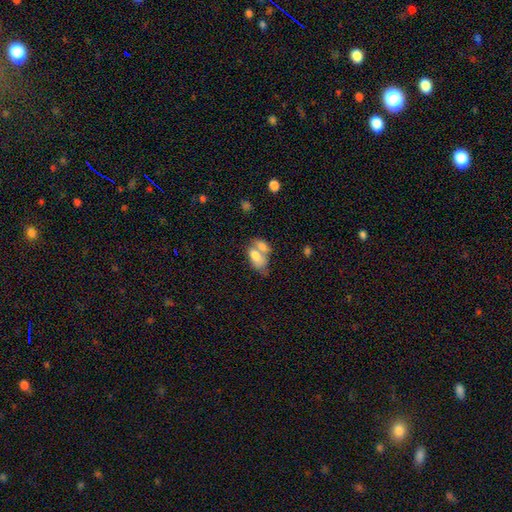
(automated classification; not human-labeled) A smooth galaxy with no disk features (71%) that is in between round and cigar-shaped (88%).

Vote fractions:
- Smooth or featured? smooth: 71% / featured or disk: 21% / star or artifact: 7%
- How rounded? in between: 88% / round: 8% / cigar-shaped: 4%
- Merging? merger: 66% / none: 19% / minor disturbance: 9% / major disturbance: 6%